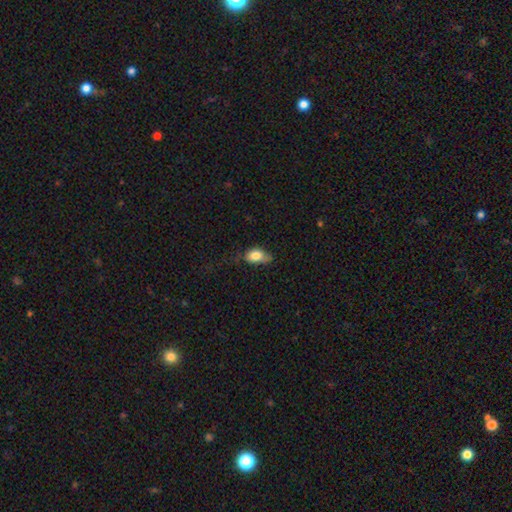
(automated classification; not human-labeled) Q: Smooth or featured?
A: smooth (80%); runner-up: featured or disk (12%)
Q: How rounded?
A: in between (85%); runner-up: round (11%)
Q: Merging?
A: none (40%); runner-up: minor disturbance (39%)